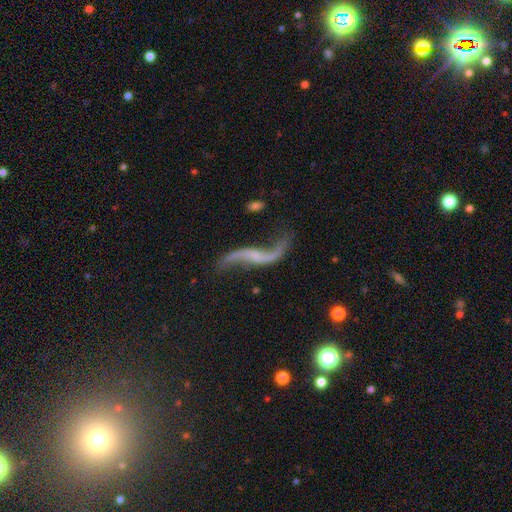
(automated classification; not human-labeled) A featured or disk galaxy (88%) with no bar (52%), 2 (93%) loose (95%) spiral arms (95%) and a small central bulge (48%). Merging: none (68%).